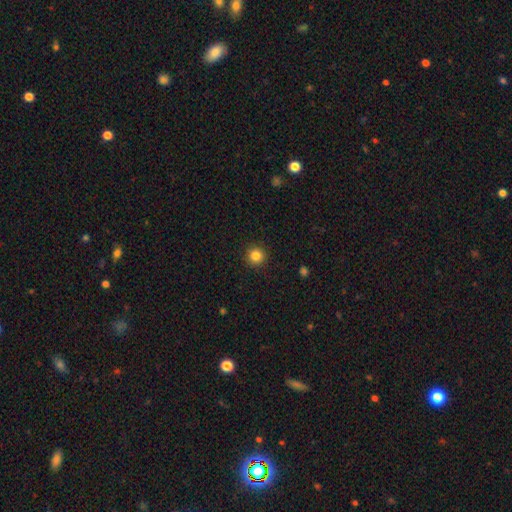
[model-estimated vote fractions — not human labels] This appears to be a smooth galaxy with no disk features (85%) that is round (95%). Merging: none (92%).